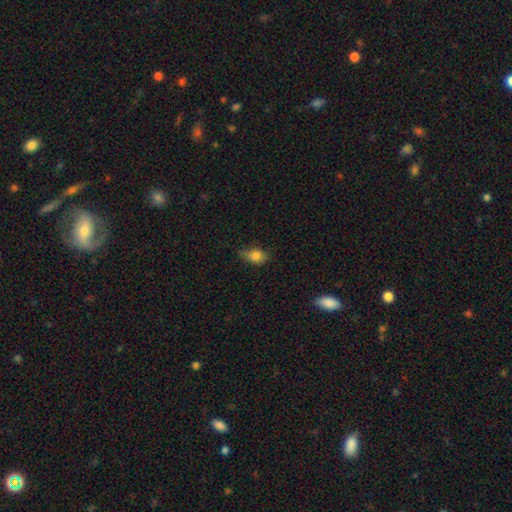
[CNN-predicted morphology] smooth-or-featured: smooth: 81% | star or artifact: 10% | featured or disk: 9%
  how-rounded: in between: 73% | round: 25% | cigar-shaped: 3%
  merging: none: 48% | minor disturbance: 39% | major disturbance: 11% | merger: 2%